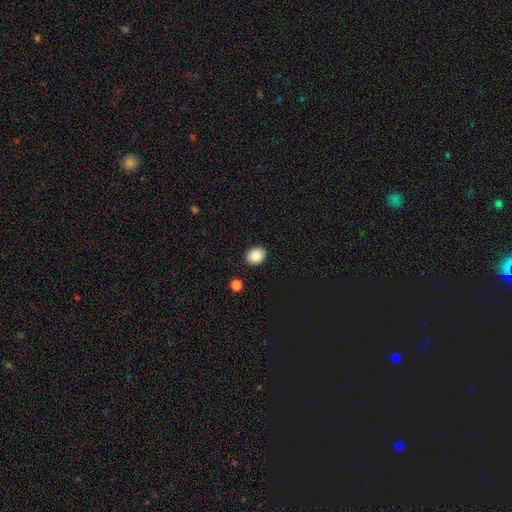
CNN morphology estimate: smooth_or_featured: smooth (p=0.86) [alt: star or artifact p=0.09]
how_rounded: in between (p=0.51) [alt: round p=0.49]
merging: none (p=0.89) [alt: minor disturbance p=0.07]